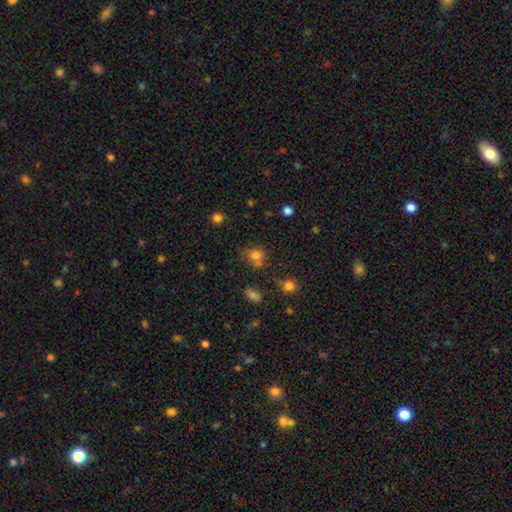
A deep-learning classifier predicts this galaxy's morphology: Q: Smooth or featured?
A: smooth (76%); runner-up: star or artifact (16%)
Q: How rounded?
A: round (63%); runner-up: in between (36%)
Q: Merging?
A: none (55%); runner-up: merger (19%)